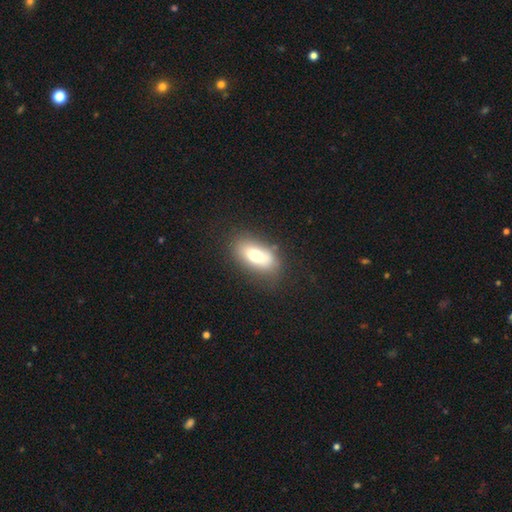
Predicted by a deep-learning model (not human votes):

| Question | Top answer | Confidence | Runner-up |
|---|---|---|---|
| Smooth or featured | smooth | 71% | featured or disk (20%) |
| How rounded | in between | 87% | round (7%) |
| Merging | none | 75% | minor disturbance (16%) |